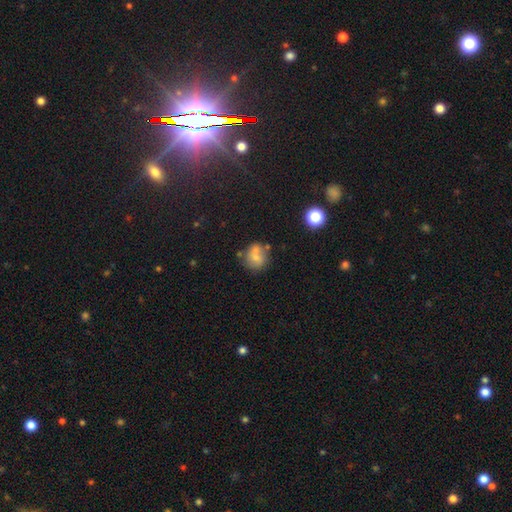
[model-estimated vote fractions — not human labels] Q: Smooth or featured?
A: smooth (67%); runner-up: featured or disk (21%)
Q: How rounded?
A: round (77%); runner-up: in between (21%)
Q: Merging?
A: none (54%); runner-up: merger (23%)